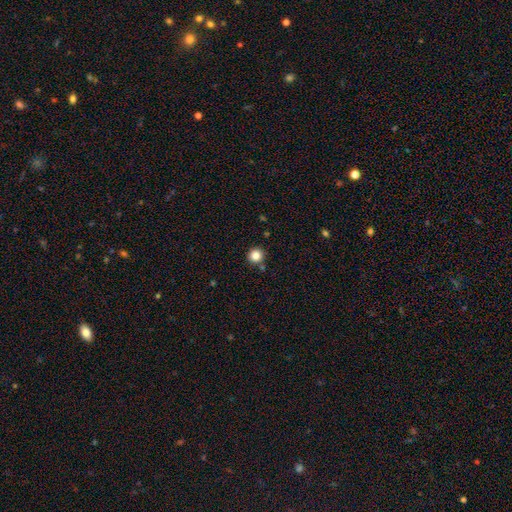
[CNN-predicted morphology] The model was most divided on "smooth or featured": smooth: 85%, star or artifact: 11%, featured or disk: 4%. More confident: how rounded — round (94%); merging — none (86%).